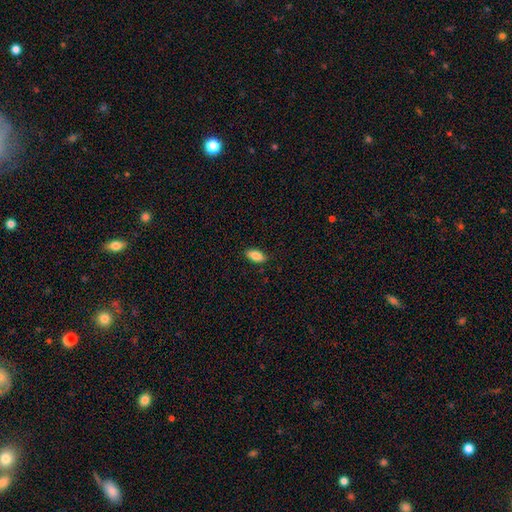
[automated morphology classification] A smooth galaxy with no disk features (88%) that is in between round and cigar-shaped (90%).

Vote fractions:
- Smooth or featured? smooth: 88% / star or artifact: 7% / featured or disk: 5%
- How rounded? in between: 90% / cigar-shaped: 7% / round: 3%
- Merging? none: 87% / minor disturbance: 10% / major disturbance: 2% / merger: 1%